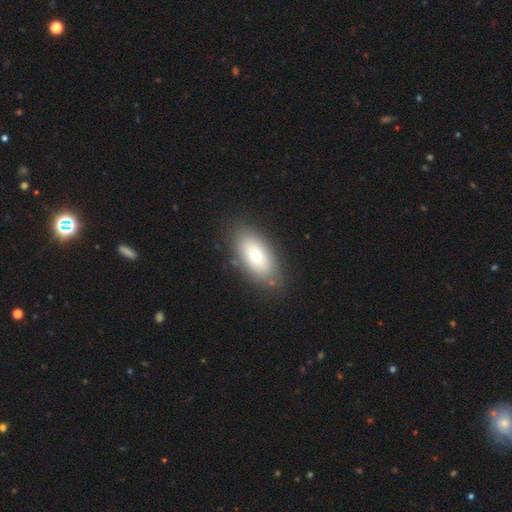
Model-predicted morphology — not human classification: Smooth or featured? Predicted: smooth (p=0.70). How rounded? Predicted: in between (p=0.89). Merging? Predicted: none (p=0.83).